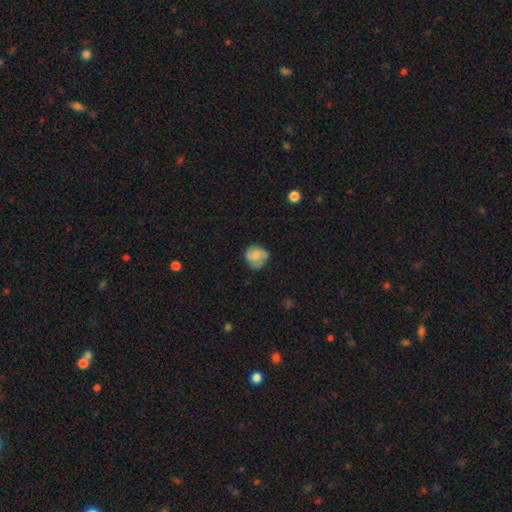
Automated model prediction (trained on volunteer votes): smooth-or-featured: smooth: 71% | featured or disk: 22% | star or artifact: 8%
  how-rounded: round: 82% | in between: 17% | cigar-shaped: 1%
  merging: none: 57% | minor disturbance: 32% | major disturbance: 9% | merger: 2%